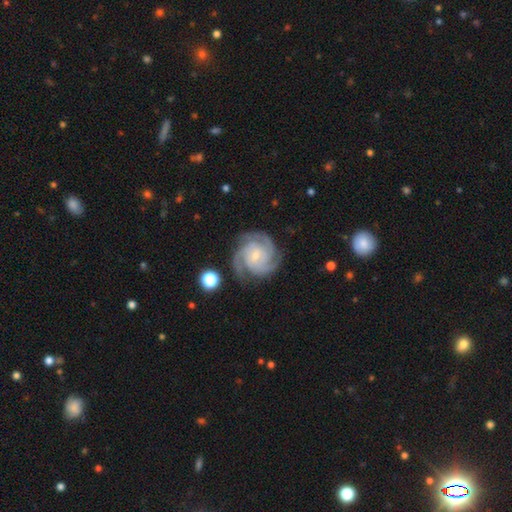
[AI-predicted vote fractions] Smooth or featured? featured or disk (91%)
Edge-on disk? no (98%)
Bar? no (60%)
Spiral arms? yes (98%)
Spiral winding? tight (66%)
Spiral arm count? 3 (56%)
Bulge size? small (70%)
Merging? none (78%)